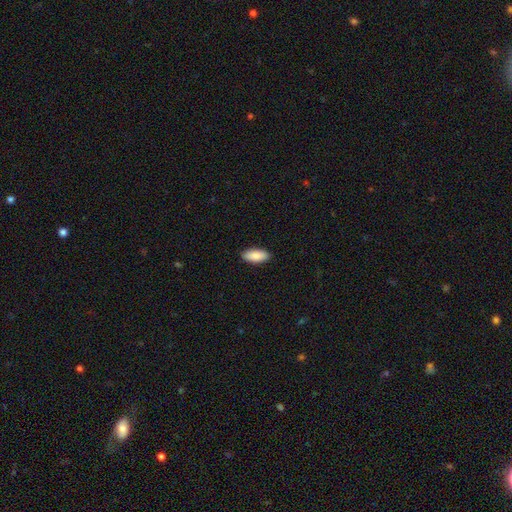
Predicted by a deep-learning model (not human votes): A smooth galaxy with no disk features (88%) that is in between round and cigar-shaped (87%). Merging: none (90%).